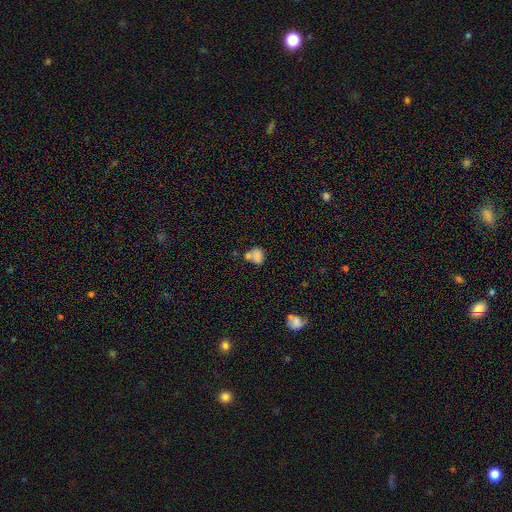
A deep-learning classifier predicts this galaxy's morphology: Smooth or featured? Predicted: smooth (p=0.78). How rounded? Predicted: round (p=0.51). Merging? Predicted: none (p=0.38, tied with merger).